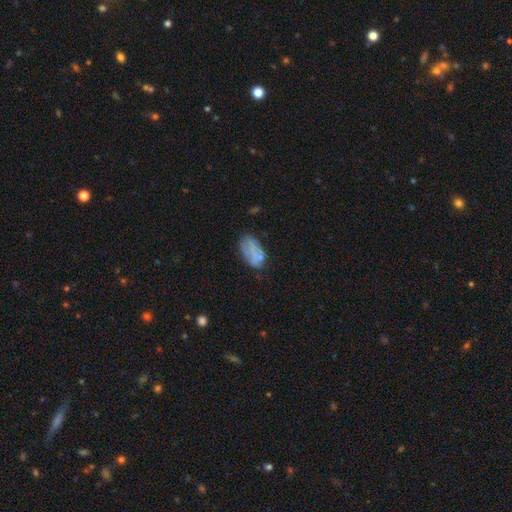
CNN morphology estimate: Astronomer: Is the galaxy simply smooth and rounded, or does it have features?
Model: smooth — 67%.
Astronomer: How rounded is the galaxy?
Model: in between — 93%.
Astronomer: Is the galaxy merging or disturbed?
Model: none — 51% (runner-up: minor disturbance, 29%).